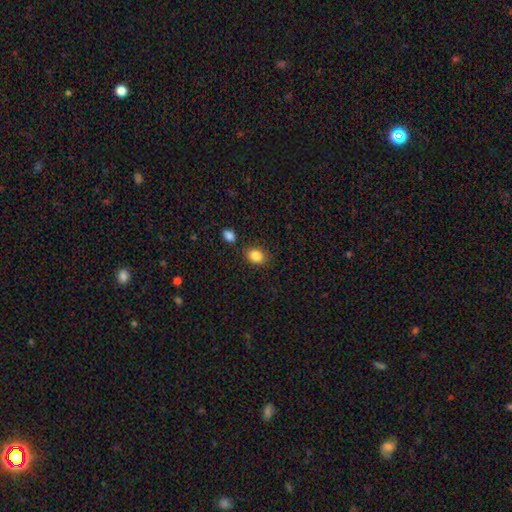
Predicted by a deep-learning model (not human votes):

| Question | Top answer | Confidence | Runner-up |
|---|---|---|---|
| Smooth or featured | smooth | 86% | star or artifact (9%) |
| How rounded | in between | 65% | round (33%) |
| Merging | none | 79% | minor disturbance (12%) |